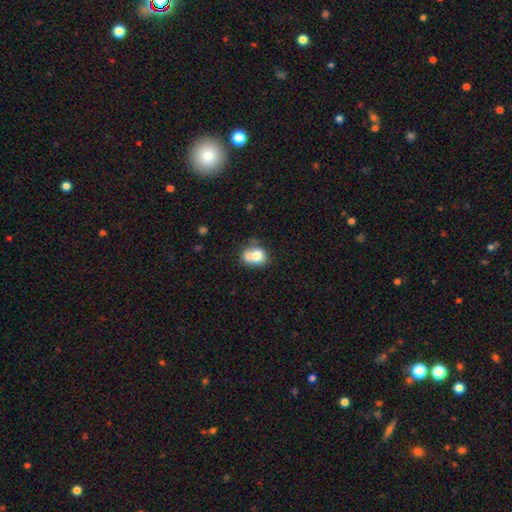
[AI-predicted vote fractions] This appears to be a smooth galaxy with no disk features (73%) that is round (54%). Merging: merger (45%).